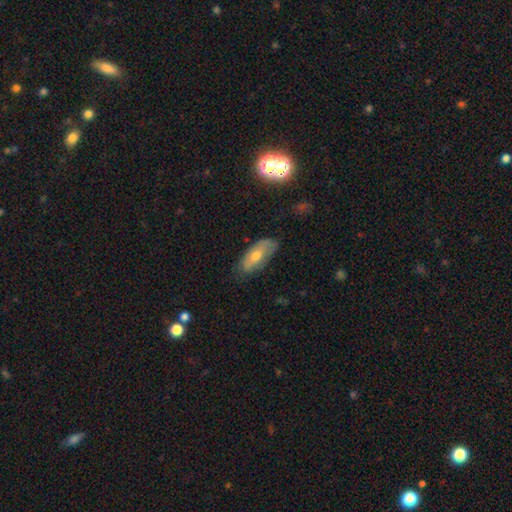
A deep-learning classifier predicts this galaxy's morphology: type=smooth (51%); roundness=in between (78%); merging=none (67%).